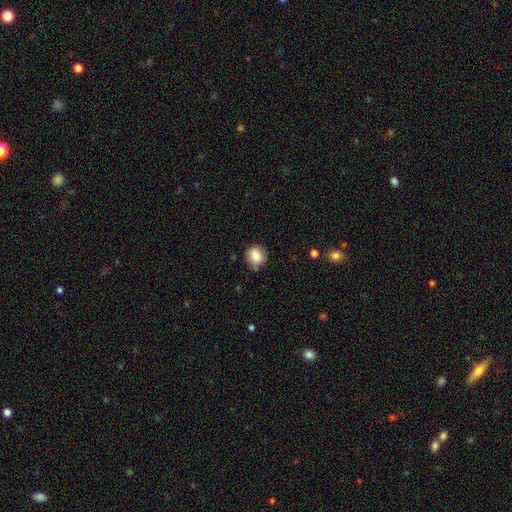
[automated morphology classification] Smooth or featured? smooth (84%)
How rounded? round (76%)
Merging? none (76%)